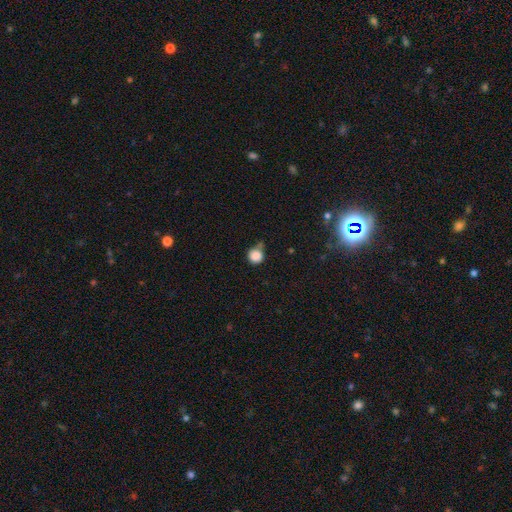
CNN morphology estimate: The model was most divided on "merging": none: 55%, minor disturbance: 28%, merger: 10%, major disturbance: 7%. More confident: how rounded — round (92%); smooth or featured — smooth (86%).